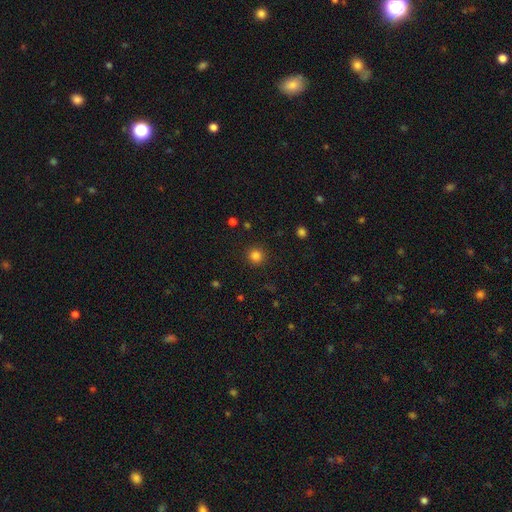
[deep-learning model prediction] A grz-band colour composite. It shows a smooth galaxy with no disk features (82%) that is round (94%). Merging: none (91%).